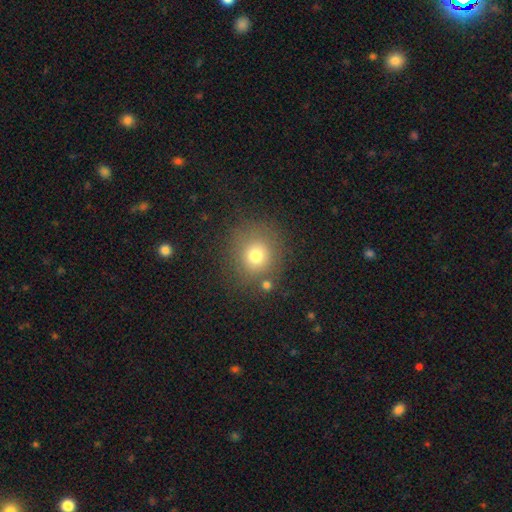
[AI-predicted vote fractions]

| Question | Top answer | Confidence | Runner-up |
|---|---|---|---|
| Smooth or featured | smooth | 75% | star or artifact (15%) |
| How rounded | round | 85% | in between (14%) |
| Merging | none | 79% | minor disturbance (11%) |